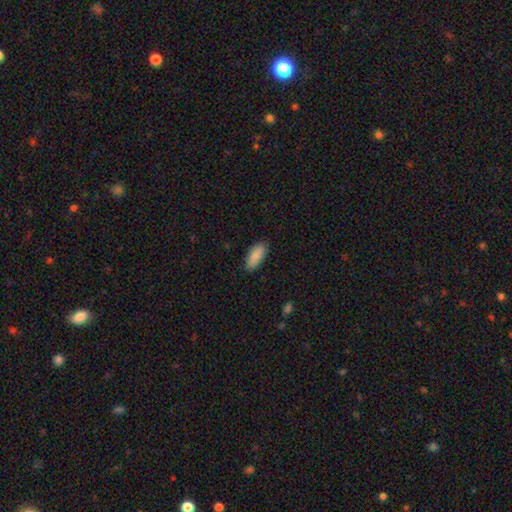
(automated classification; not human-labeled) smooth_or_featured: smooth (p=0.88) [alt: featured or disk p=0.06]
how_rounded: in between (p=0.83) [alt: cigar-shaped p=0.15]
merging: none (p=0.85) [alt: minor disturbance p=0.11]